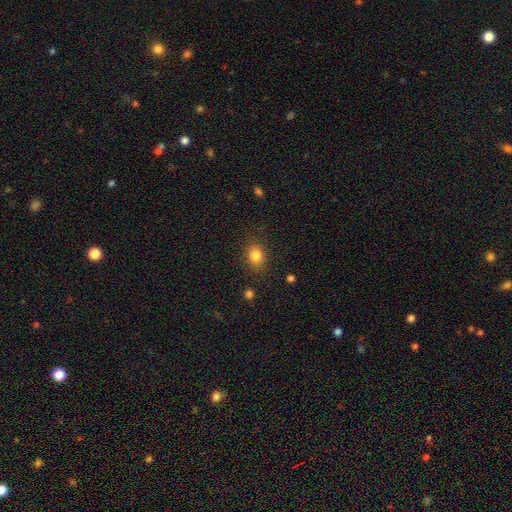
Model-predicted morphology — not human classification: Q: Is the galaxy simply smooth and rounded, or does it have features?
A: smooth — 84%.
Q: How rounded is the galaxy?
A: in between — 60%.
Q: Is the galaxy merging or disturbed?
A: none — 83%.